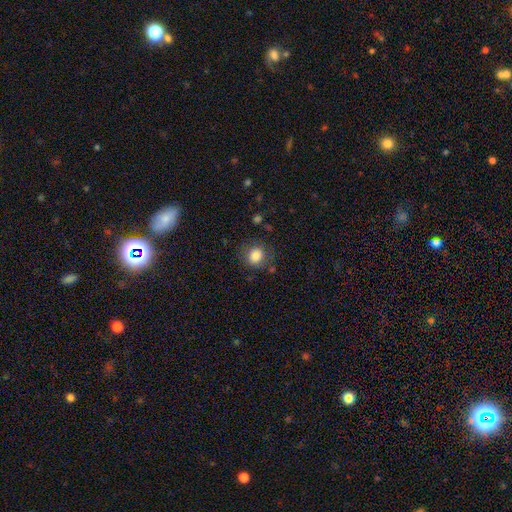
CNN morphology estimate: Overall: smooth (84%). How rounded: round (80%). Merging: none (78%).